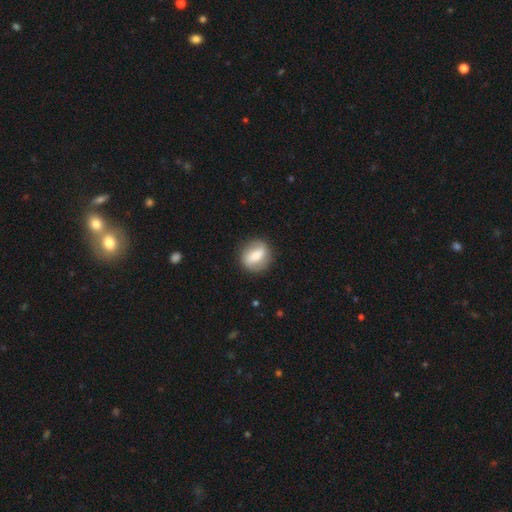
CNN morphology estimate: A smooth galaxy with no disk features (54%) that is round (65%). Merging: none (85%).